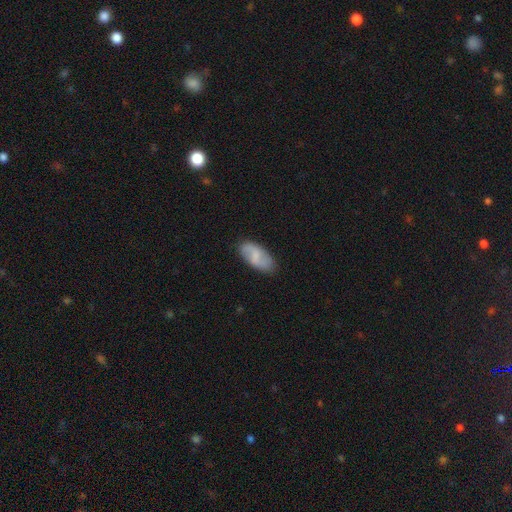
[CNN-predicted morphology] This is possibly a smooth galaxy (56%). How rounded: clearly in between (90%). Merging: clearly none (81%).